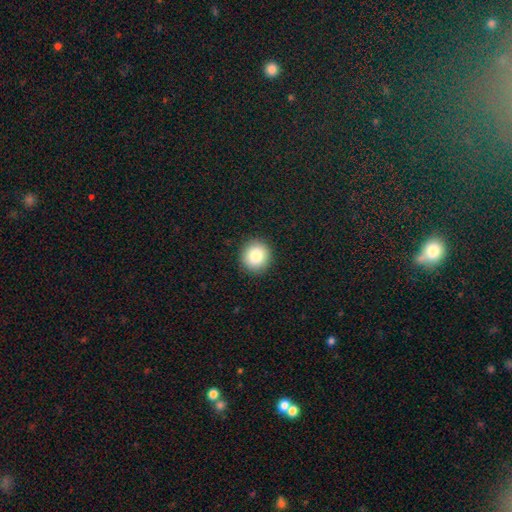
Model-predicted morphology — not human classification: type=smooth (84%); roundness=round (92%); merging=none (92%).